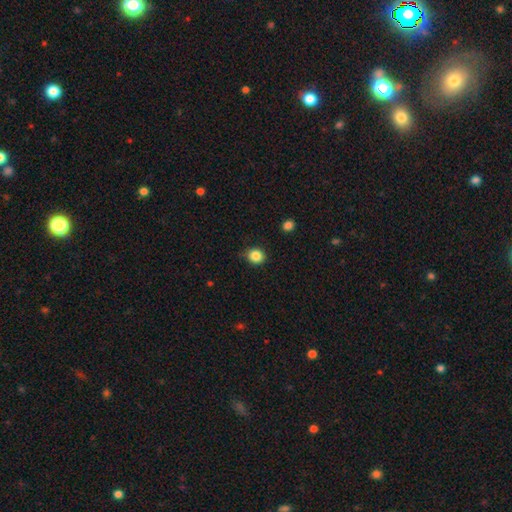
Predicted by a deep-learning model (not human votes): Overall: smooth (86%). How rounded: round (79%). Merging: none (80%).